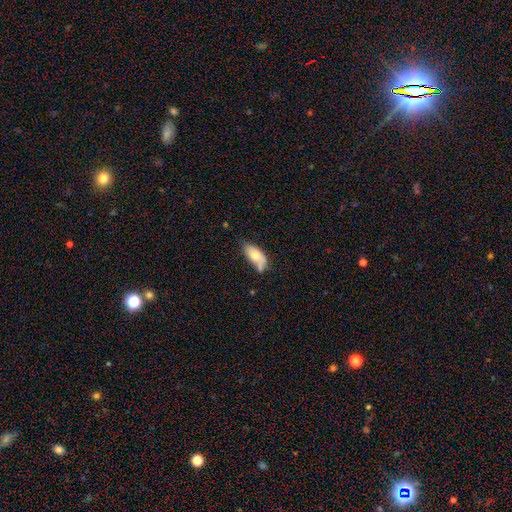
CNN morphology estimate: Smooth or featured: smooth — 69% (featured or disk — 24%)
How rounded: in between — 89% (cigar-shaped — 8%)
Merging: none — 39% (minor disturbance — 33%)